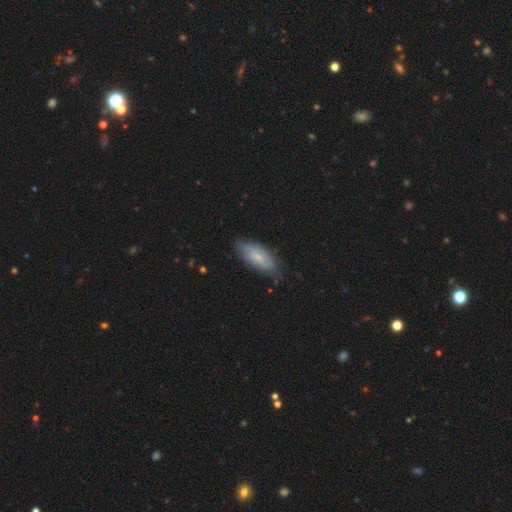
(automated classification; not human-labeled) A smooth galaxy with no disk features (64%) that is in between round and cigar-shaped (77%).

Vote fractions:
- Smooth or featured? smooth: 64% / featured or disk: 29% / star or artifact: 7%
- How rounded? in between: 77% / cigar-shaped: 22% / round: 2%
- Merging? none: 68% / minor disturbance: 25% / major disturbance: 5% / merger: 2%